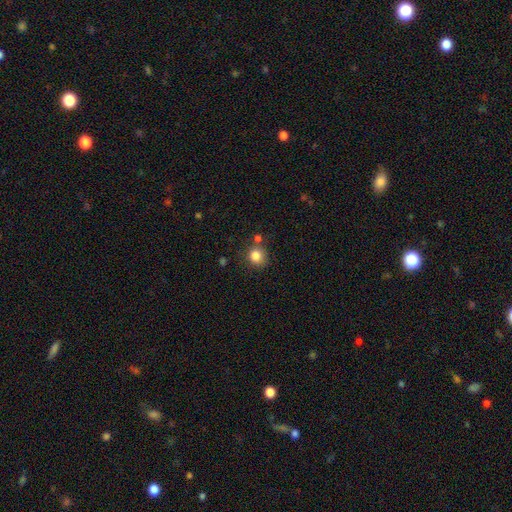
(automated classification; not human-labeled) Morphology: type=smooth (84%); roundness=round (84%); merging=none (72%).